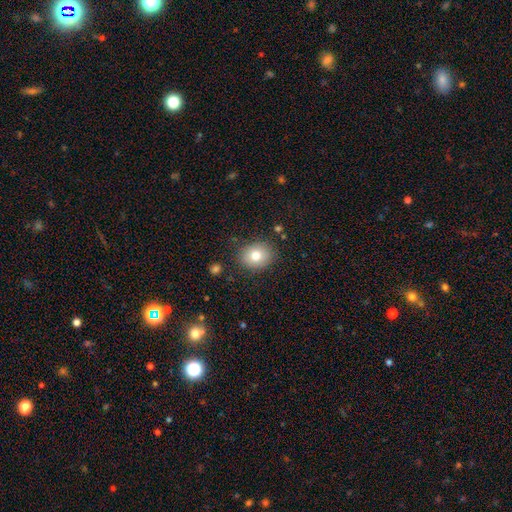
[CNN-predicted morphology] A smooth galaxy with no disk features (79%) that is round (61%).

Vote fractions:
- Smooth or featured? smooth: 79% / featured or disk: 11% / star or artifact: 10%
- How rounded? round: 61% / in between: 38% / cigar-shaped: 1%
- Merging? none: 85% / minor disturbance: 10% / major disturbance: 3% / merger: 2%